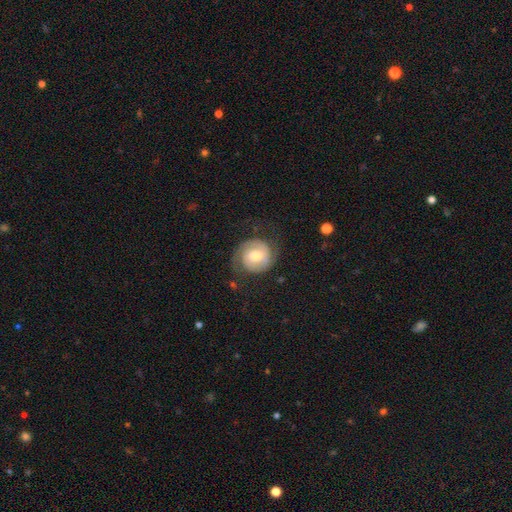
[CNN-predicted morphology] A featured or disk galaxy (68%) with a weak bar (47%), 2 (80%) tight (46%) spiral arms (90%) and a moderate central bulge (67%).

Vote fractions:
- Smooth or featured? featured or disk: 68% / smooth: 26% / star or artifact: 6%
- Edge-on disk? no: 98% / yes: 2%
- Bar? weak: 47% / no: 40% / strong: 13%
- Spiral arms? yes: 90% / no: 10%
- Spiral winding? tight: 46% / medium: 38% / loose: 16%
- Spiral arm count? 2: 80% / can't tell: 10% / 1: 7% / 3: 2% / 4: 1% / more than 4: 1%
- Bulge size? moderate: 67% / small: 17% / large: 13% / none: 2% / dominant: 2%
- Merging? none: 69% / minor disturbance: 17% / major disturbance: 12% / merger: 1%